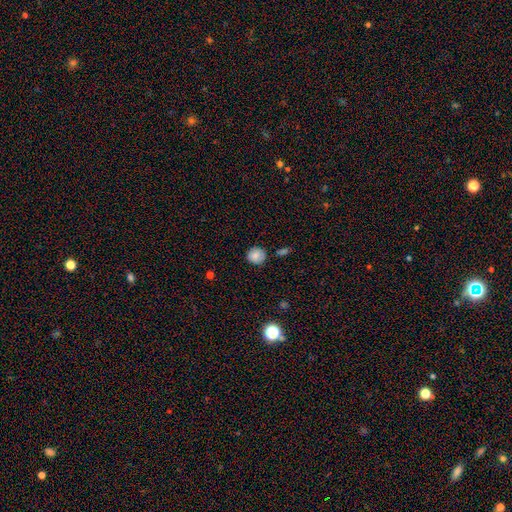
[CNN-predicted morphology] Q: Smooth or featured?
A: smooth (81%); runner-up: featured or disk (10%)
Q: How rounded?
A: round (89%); runner-up: in between (10%)
Q: Merging?
A: none (82%); runner-up: minor disturbance (13%)